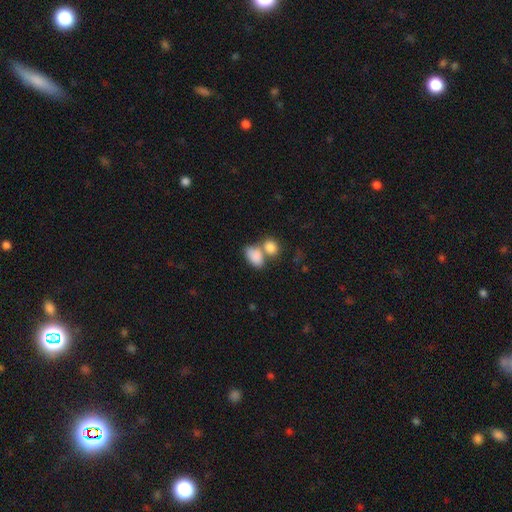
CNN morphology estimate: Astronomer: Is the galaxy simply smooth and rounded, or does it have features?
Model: smooth — 85%.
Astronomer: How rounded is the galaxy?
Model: in between — 85%.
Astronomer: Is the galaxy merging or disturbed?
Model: merger — 55%.